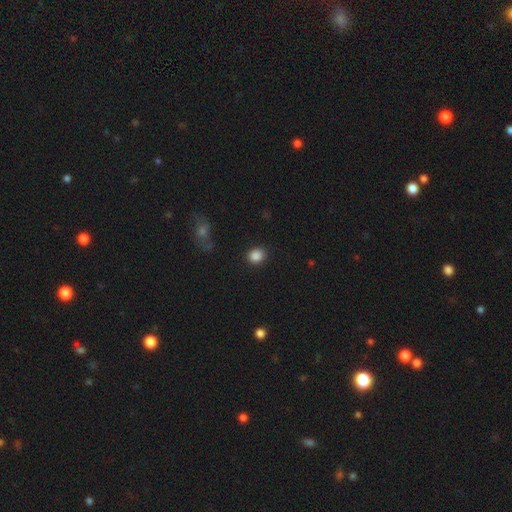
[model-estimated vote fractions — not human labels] This is clearly a smooth galaxy (87%). How rounded: likely round (68%). Merging: clearly none (86%).